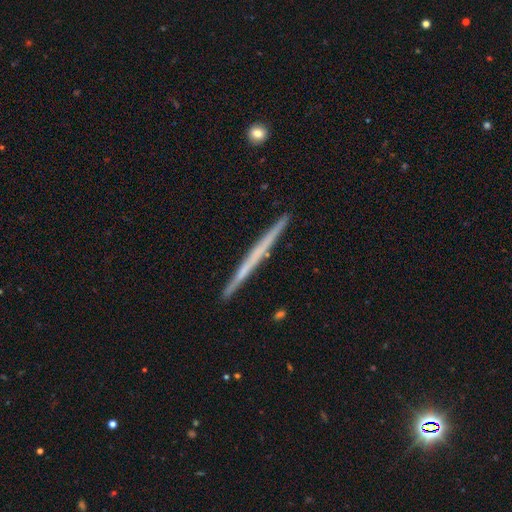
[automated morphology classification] This appears to be a featured or disk galaxy (59%) viewed edge-on (98%) with no central bulge (88%). Merging: none (92%).